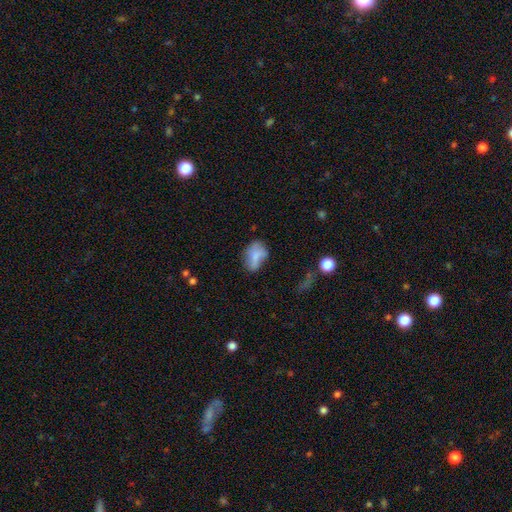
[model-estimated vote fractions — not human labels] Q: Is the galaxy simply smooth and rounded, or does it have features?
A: smooth — 68%.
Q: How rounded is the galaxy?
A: in between — 82%.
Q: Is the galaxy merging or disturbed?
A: none — 41%.